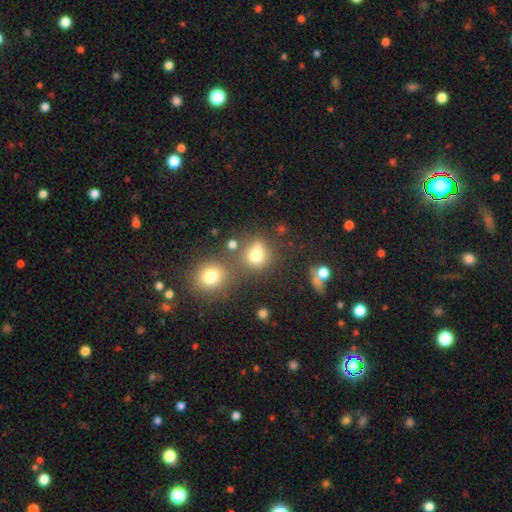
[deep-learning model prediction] Smooth or featured? smooth (70%)
How rounded? round (69%)
Merging? none (51%)